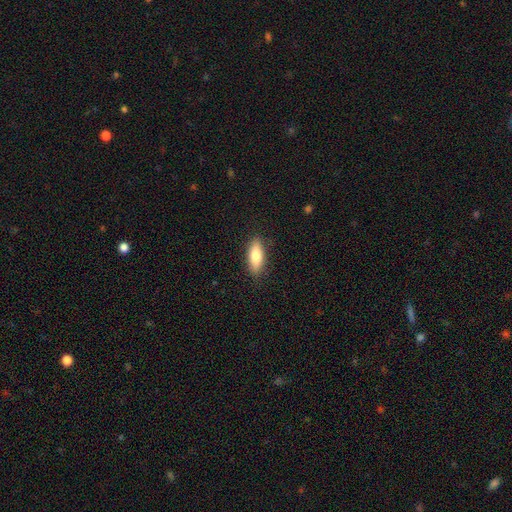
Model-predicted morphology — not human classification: Overall: smooth (80%). How rounded: in between (71%). Merging: none (86%).